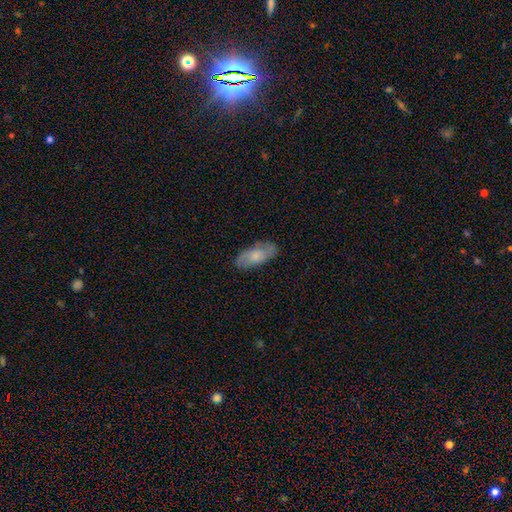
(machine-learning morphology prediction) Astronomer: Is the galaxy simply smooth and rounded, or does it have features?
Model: smooth — 57% (runner-up: featured or disk, 36%).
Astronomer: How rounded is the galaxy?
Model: in between — 83%.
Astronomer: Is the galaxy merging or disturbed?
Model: none — 80%.